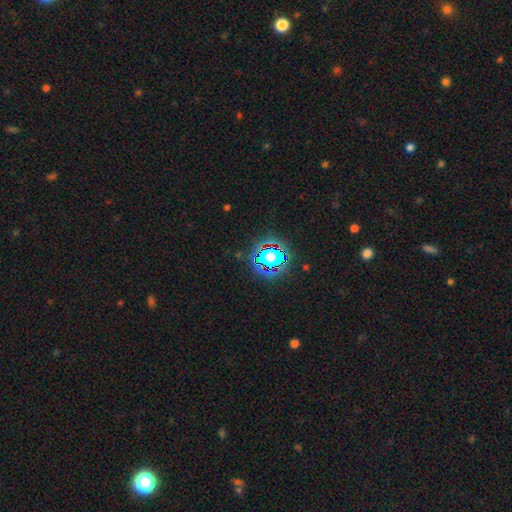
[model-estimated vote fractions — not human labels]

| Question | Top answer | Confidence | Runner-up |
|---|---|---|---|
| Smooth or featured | star or artifact | 79% | smooth (14%) |